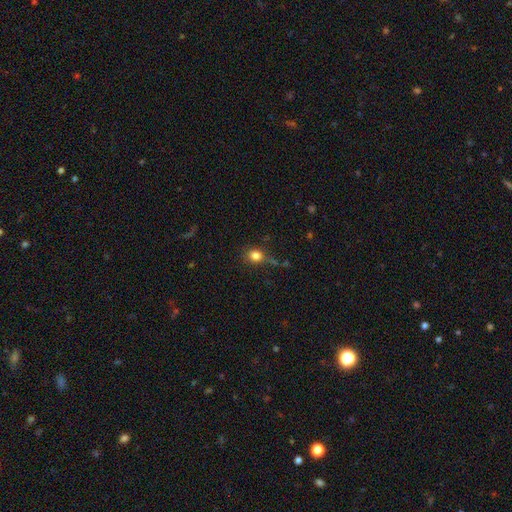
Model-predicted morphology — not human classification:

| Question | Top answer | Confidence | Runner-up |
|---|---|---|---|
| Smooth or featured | smooth | 82% | star or artifact (12%) |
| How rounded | round | 67% | in between (32%) |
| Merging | none | 69% | minor disturbance (18%) |